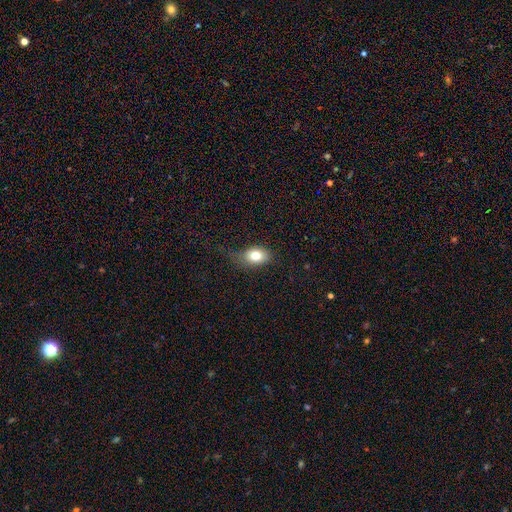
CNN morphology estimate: smooth_or_featured: smooth (p=0.78) [alt: featured or disk p=0.12]
how_rounded: in between (p=0.76) [alt: round p=0.22]
merging: none (p=0.65) [alt: minor disturbance p=0.24]